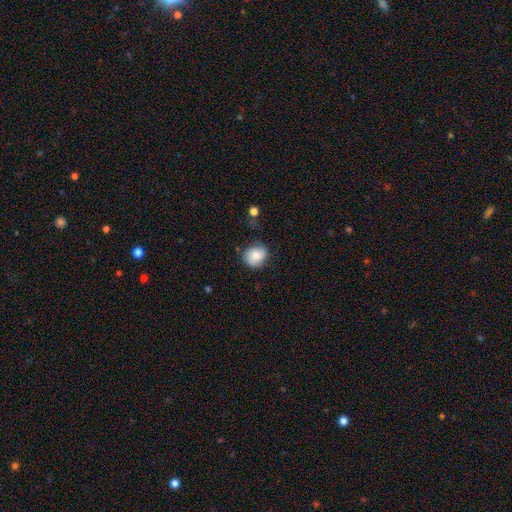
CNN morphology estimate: smooth 67%, featured or disk 25%, star or artifact 8%. Down the decision tree: how rounded — round (74%); merging — none (65%).